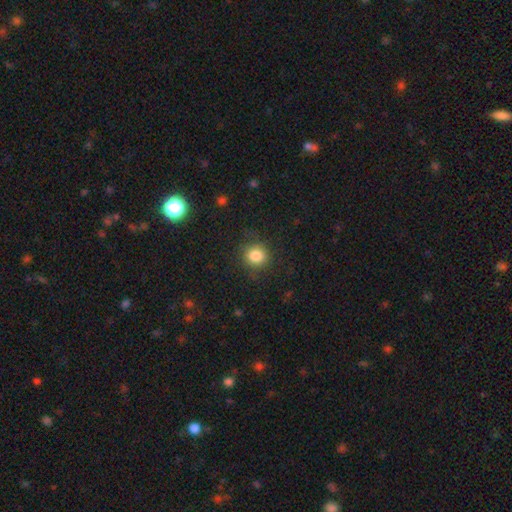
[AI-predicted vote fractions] This is clearly a smooth galaxy (83%). How rounded: clearly round (87%). Merging: clearly none (84%).